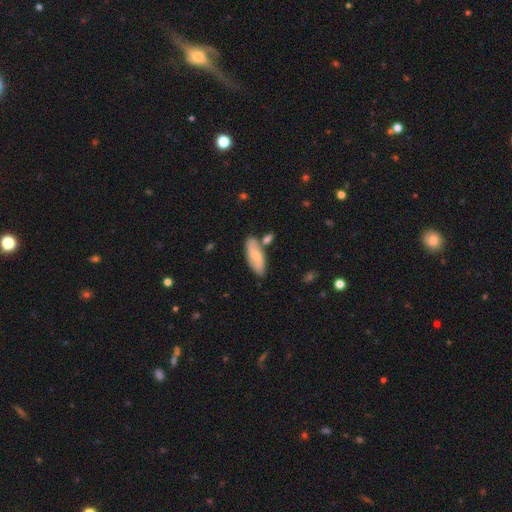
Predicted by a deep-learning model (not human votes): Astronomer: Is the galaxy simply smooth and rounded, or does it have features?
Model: smooth — 53% (runner-up: featured or disk, 41%).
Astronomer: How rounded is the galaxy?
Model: in between — 72%.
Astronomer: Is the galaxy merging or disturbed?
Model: none — 68%.